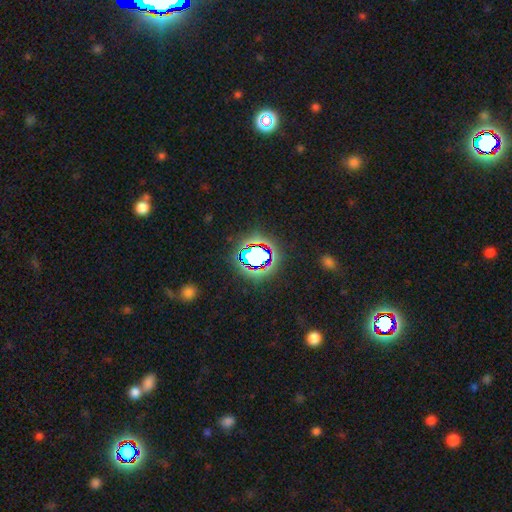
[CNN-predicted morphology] This appears to be a star or artifact, not a galaxy (78%).